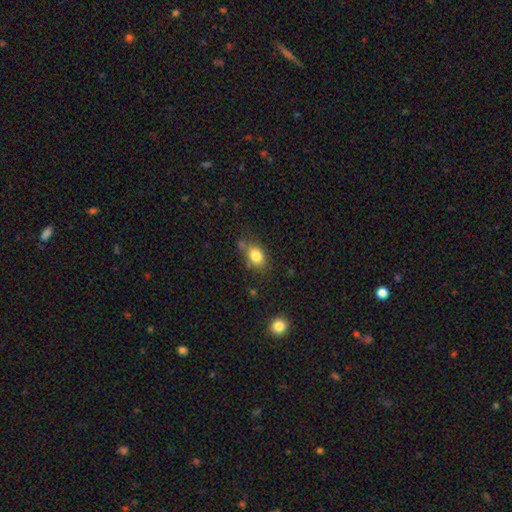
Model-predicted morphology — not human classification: Q: Smooth or featured?
A: smooth (82%); runner-up: star or artifact (9%)
Q: How rounded?
A: in between (73%); runner-up: round (25%)
Q: Merging?
A: none (65%); runner-up: minor disturbance (20%)